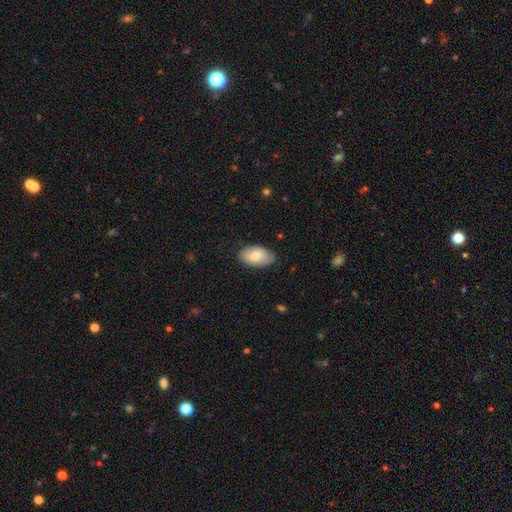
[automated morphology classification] Overall: smooth (75%). How rounded: in between (94%). Merging: none (77%).